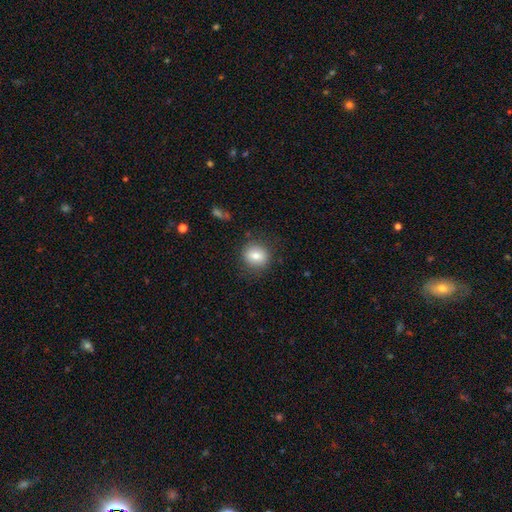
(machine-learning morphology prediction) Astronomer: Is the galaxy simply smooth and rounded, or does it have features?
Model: smooth — 80%.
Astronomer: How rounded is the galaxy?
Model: round — 76%.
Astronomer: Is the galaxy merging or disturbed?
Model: none — 84%.